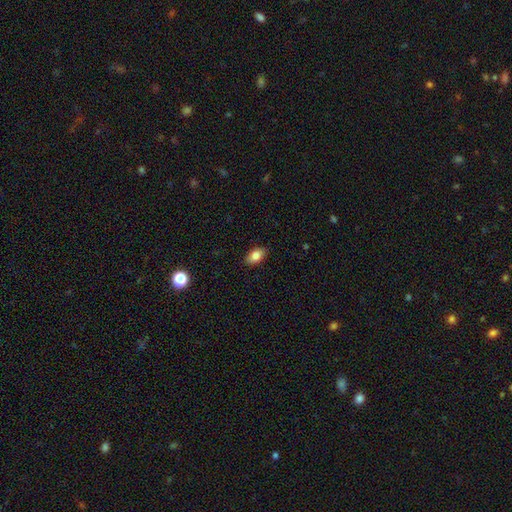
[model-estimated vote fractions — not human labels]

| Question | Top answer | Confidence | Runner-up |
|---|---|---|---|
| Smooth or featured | smooth | 83% | featured or disk (9%) |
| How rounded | in between | 90% | round (7%) |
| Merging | none | 88% | minor disturbance (9%) |